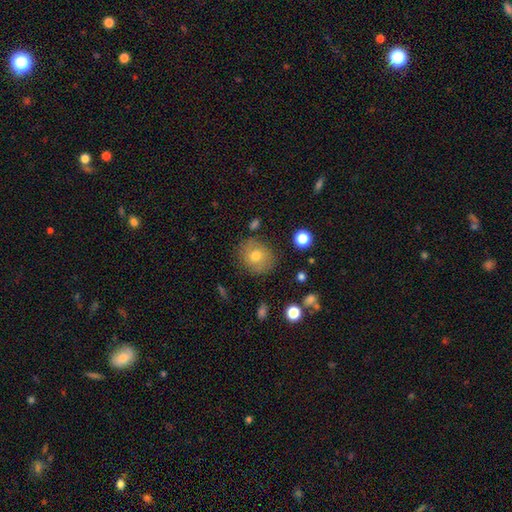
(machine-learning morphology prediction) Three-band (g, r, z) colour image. It shows a smooth galaxy with no disk features (69%) that is round (71%). Merging: none (79%).